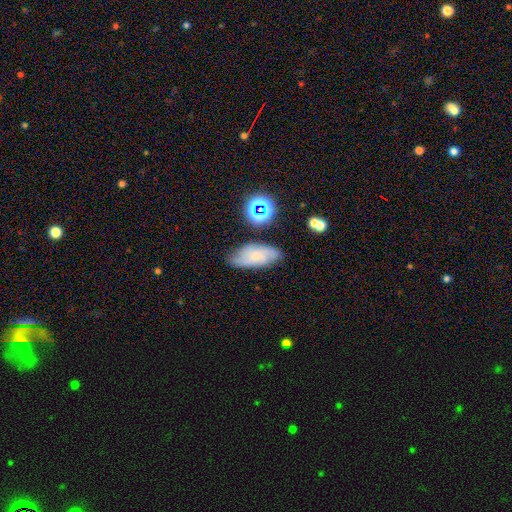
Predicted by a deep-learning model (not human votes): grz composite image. It shows a smooth galaxy with no disk features (45%). Merging: none (72%).